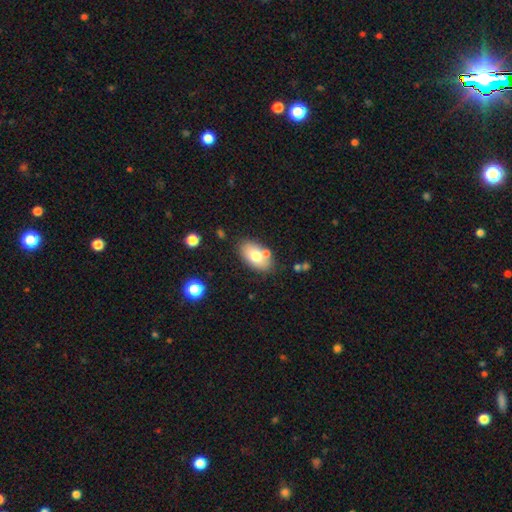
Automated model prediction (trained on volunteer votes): Q: Smooth or featured?
A: smooth (71%); runner-up: featured or disk (21%)
Q: How rounded?
A: in between (91%); runner-up: round (7%)
Q: Merging?
A: none (70%); runner-up: minor disturbance (14%)